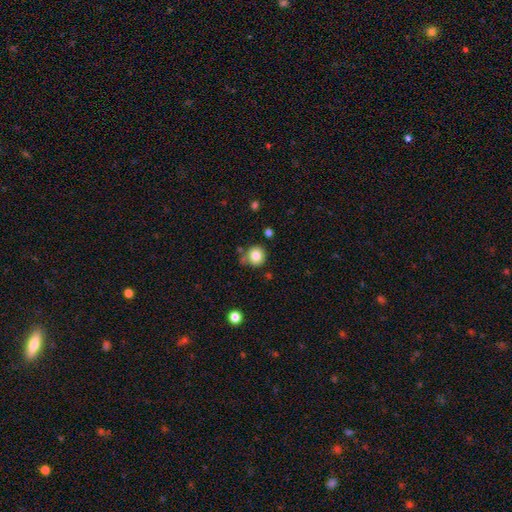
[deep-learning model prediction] This appears to be a smooth galaxy with no disk features (82%) that is round (91%). Merging: none (73%).